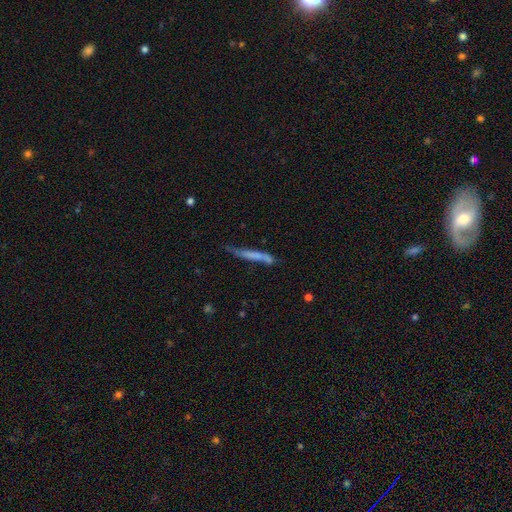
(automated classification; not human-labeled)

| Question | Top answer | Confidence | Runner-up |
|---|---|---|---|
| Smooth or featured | smooth | 52% | featured or disk (40%) |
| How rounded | cigar-shaped | 93% | in between (5%) |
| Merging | none | 50% | minor disturbance (29%) |